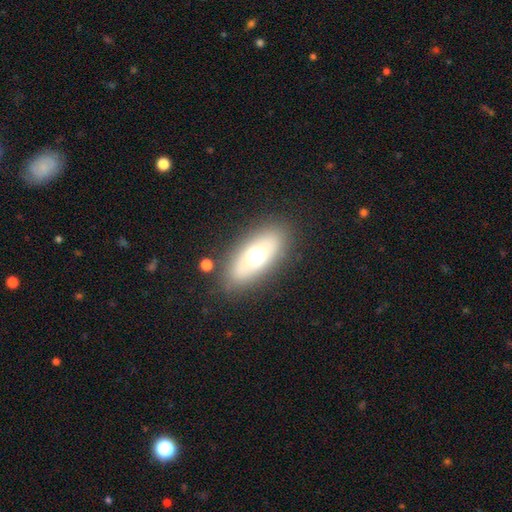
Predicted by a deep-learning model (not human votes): smooth 57%, featured or disk 30%, star or artifact 13%. Down the decision tree: how rounded — in between (78%); merging — none (83%).